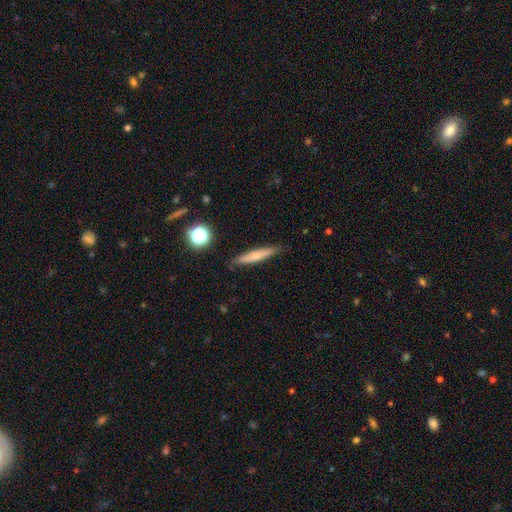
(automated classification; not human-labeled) Q: Smooth or featured?
A: smooth (57%); runner-up: featured or disk (35%)
Q: How rounded?
A: cigar-shaped (91%); runner-up: in between (7%)
Q: Merging?
A: none (86%); runner-up: minor disturbance (10%)